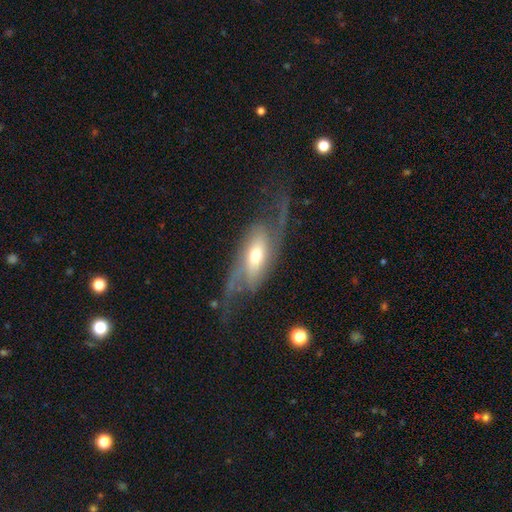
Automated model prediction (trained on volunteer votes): A featured or disk galaxy (77%) with no bar (50%), 2 (84%) loose (62%) spiral arms (90%) and a moderate central bulge (61%).

Vote fractions:
- Smooth or featured? featured or disk: 77% / smooth: 17% / star or artifact: 6%
- Edge-on disk? no: 85% / yes: 15%
- Bar? no: 50% / weak: 32% / strong: 18%
- Spiral arms? yes: 90% / no: 10%
- Spiral winding? loose: 62% / medium: 28% / tight: 10%
- Spiral arm count? 2: 84% / can't tell: 7% / 1: 4% / 3: 2% / 4: 1% / more than 4: 1%
- Bulge size? moderate: 61% / small: 25% / large: 10% / dominant: 2% / none: 2%
- Merging? none: 54% / major disturbance: 25% / minor disturbance: 19% / merger: 3%